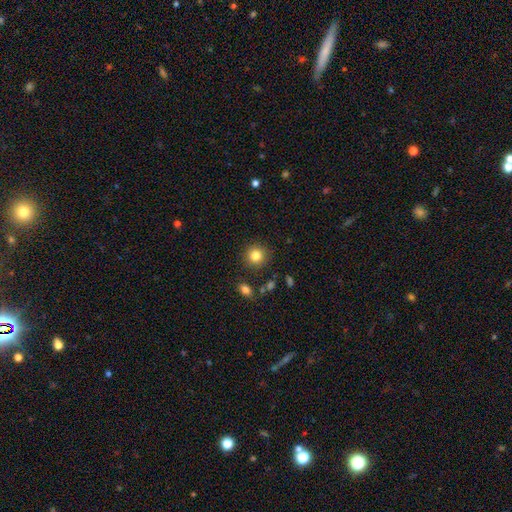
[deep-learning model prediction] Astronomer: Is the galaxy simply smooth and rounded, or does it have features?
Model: smooth — 83%.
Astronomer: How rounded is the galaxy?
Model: round — 92%.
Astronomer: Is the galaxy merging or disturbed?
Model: none — 88%.